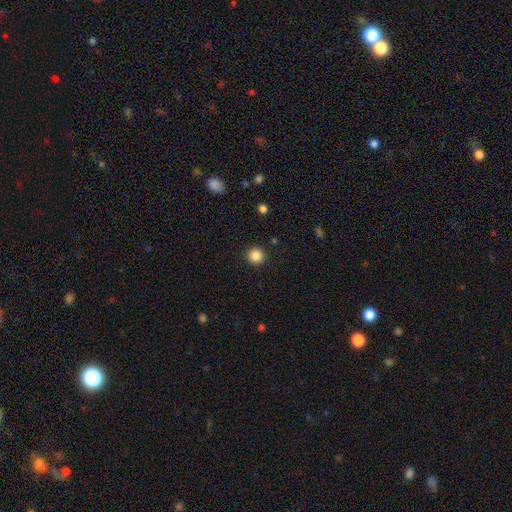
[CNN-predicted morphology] Overall: smooth (86%). How rounded: round (95%). Merging: none (92%).